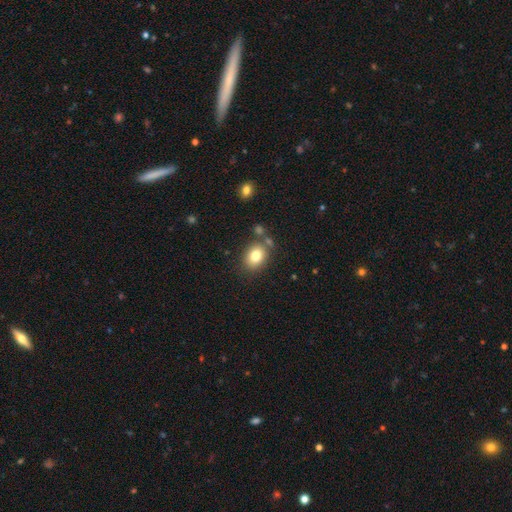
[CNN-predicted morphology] Q: Smooth or featured?
A: smooth (81%); runner-up: featured or disk (10%)
Q: How rounded?
A: in between (63%); runner-up: round (36%)
Q: Merging?
A: none (73%); runner-up: minor disturbance (13%)